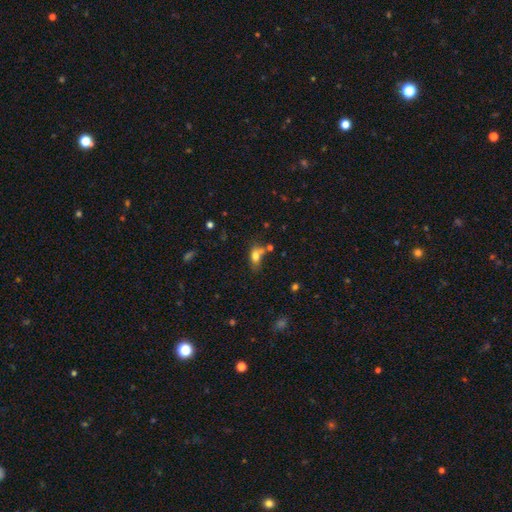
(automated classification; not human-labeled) Overall: smooth (73%). How rounded: in between (77%). Merging: none (40%; merger 26%).